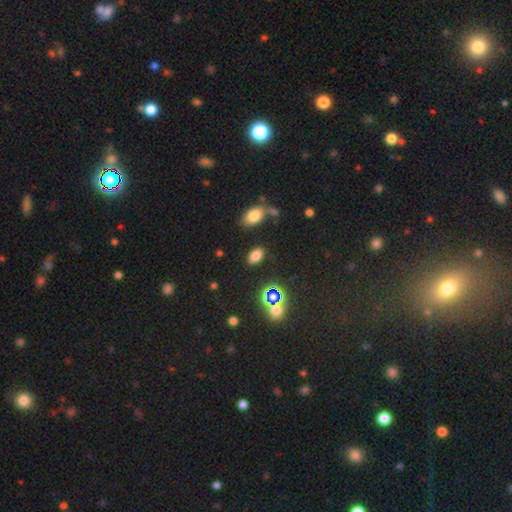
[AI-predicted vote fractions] This is likely a smooth galaxy (75%). How rounded: clearly in between (90%). Merging: clearly none (84%).